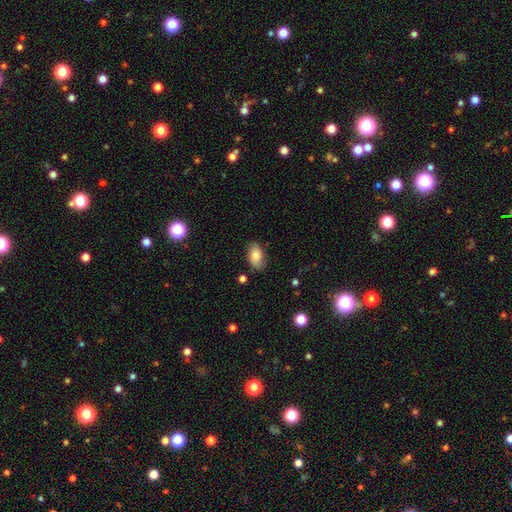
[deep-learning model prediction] Smooth or featured?
  - smooth: 80% *
  - featured or disk: 13%
  - star or artifact: 8%
How rounded?
  - in between: 93% *
  - round: 5%
  - cigar-shaped: 2%
Merging?
  - none: 79% *
  - minor disturbance: 16%
  - major disturbance: 3%
  - merger: 2%